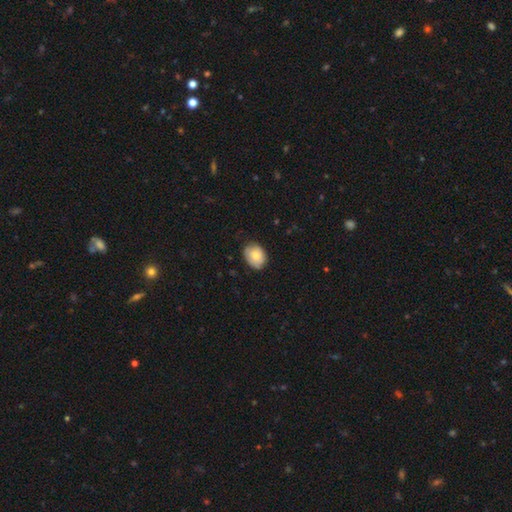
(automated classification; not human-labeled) smooth 77%, featured or disk 16%, star or artifact 7%. Down the decision tree: how rounded — in between (59%); merging — none (75%).